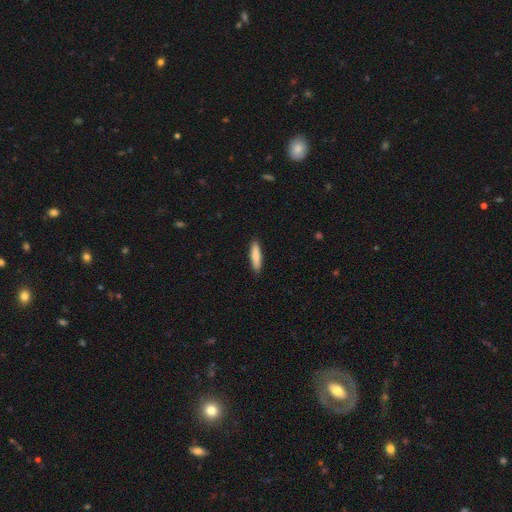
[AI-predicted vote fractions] smooth 84%, featured or disk 11%, star or artifact 5%. Down the decision tree: how rounded — cigar-shaped (79%); merging — none (90%).